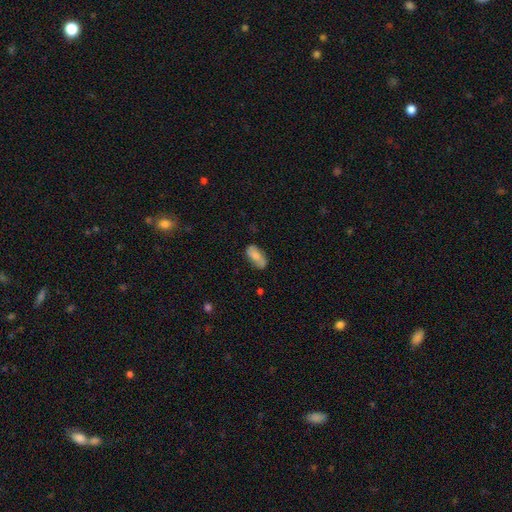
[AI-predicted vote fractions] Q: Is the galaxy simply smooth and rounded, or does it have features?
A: smooth — 69%.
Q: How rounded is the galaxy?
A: in between — 89%.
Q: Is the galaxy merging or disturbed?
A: none — 74%.